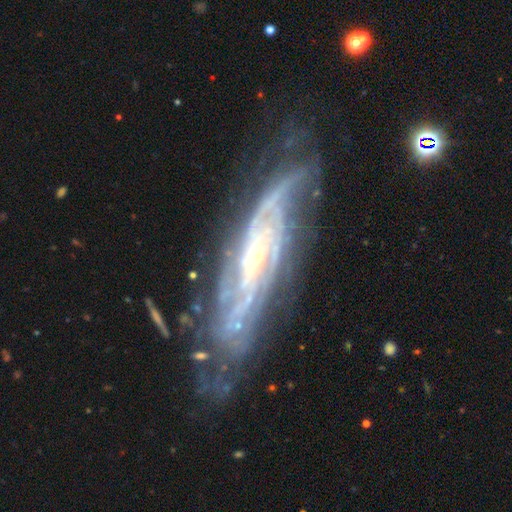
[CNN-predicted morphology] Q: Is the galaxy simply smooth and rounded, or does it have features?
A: featured or disk — 88%.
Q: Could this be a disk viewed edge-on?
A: no — 80%.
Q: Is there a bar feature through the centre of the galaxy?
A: no — 54%.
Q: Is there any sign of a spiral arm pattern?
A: yes — 96%.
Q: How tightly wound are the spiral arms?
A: tight — 60%.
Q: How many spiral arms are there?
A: can't tell — 36%.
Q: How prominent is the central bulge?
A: small — 73%.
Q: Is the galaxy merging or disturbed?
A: none — 71%.